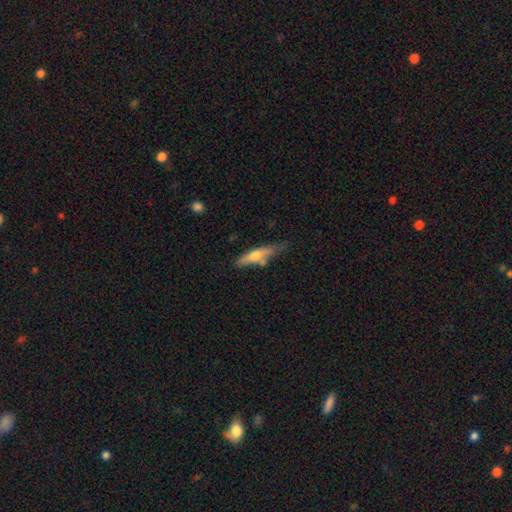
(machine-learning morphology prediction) Overall: smooth (53%; featured or disk 41%). How rounded: cigar-shaped (73%). Merging: none (53%; minor disturbance 28%).